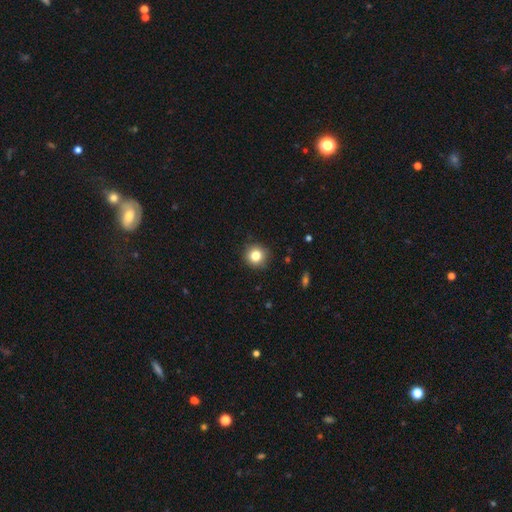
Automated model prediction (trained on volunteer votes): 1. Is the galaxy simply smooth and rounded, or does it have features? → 81% smooth, 12% star or artifact, 7% featured or disk.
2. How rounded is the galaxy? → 93% round, 6% in between, 1% cigar-shaped.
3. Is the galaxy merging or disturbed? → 90% none, 7% minor disturbance, 2% major disturbance, 1% merger.